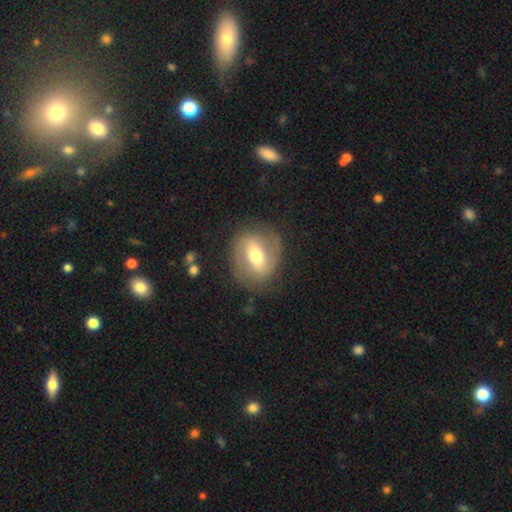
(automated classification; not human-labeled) A featured or disk galaxy (68%) with a strong bar (51%), spiral arms (71%) and a moderate central bulge (69%). Merging: none (79%).